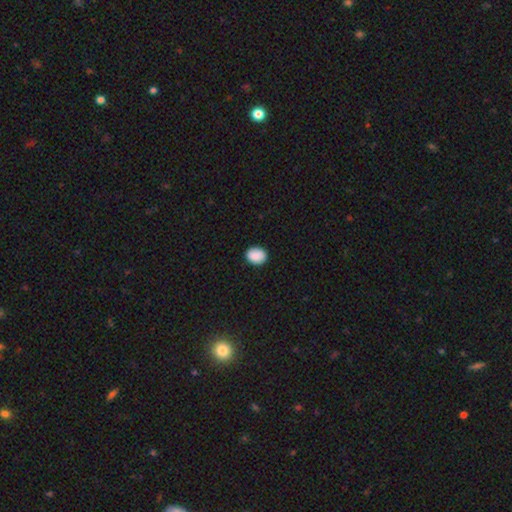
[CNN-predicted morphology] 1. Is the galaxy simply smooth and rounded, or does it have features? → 90% smooth, 7% star or artifact, 3% featured or disk.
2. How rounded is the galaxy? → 52% in between, 47% round, 1% cigar-shaped.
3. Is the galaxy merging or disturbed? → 89% none, 8% minor disturbance, 2% major disturbance, 1% merger.